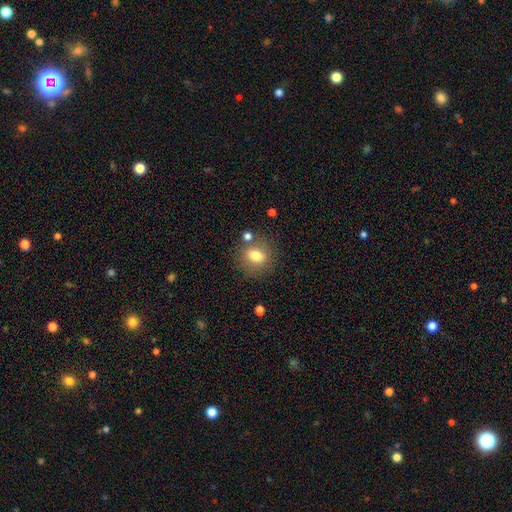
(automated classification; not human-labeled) smooth-or-featured: smooth: 73% | featured or disk: 17% | star or artifact: 10%
  how-rounded: round: 64% | in between: 34% | cigar-shaped: 1%
  merging: none: 75% | minor disturbance: 12% | merger: 9% | major disturbance: 5%